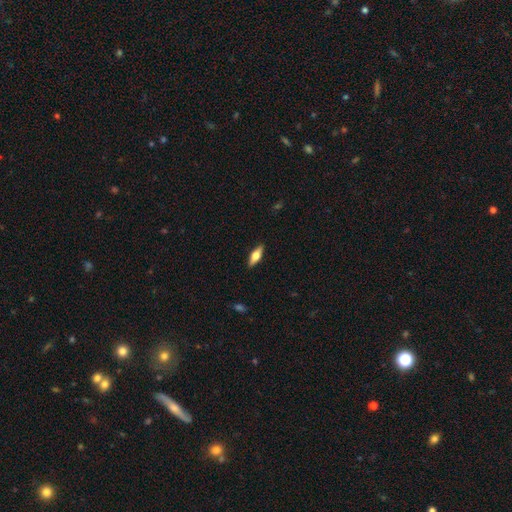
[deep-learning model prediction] smooth_or_featured: smooth (p=0.52) [alt: featured or disk p=0.42]
how_rounded: in between (p=0.62) [alt: cigar-shaped p=0.35]
merging: none (p=0.89) [alt: minor disturbance p=0.08]